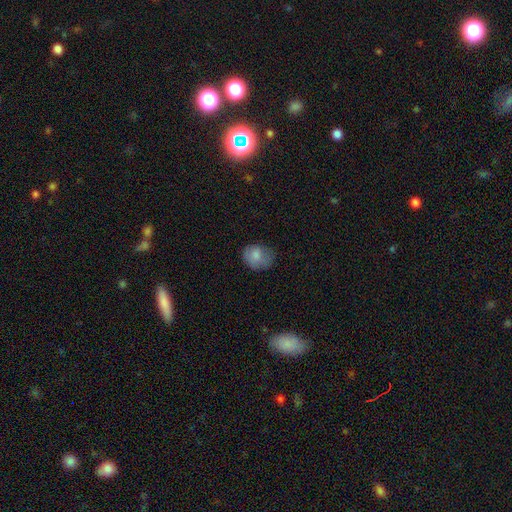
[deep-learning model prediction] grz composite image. It shows a smooth galaxy with no disk features (80%) that is round (56%). Merging: none (53%).